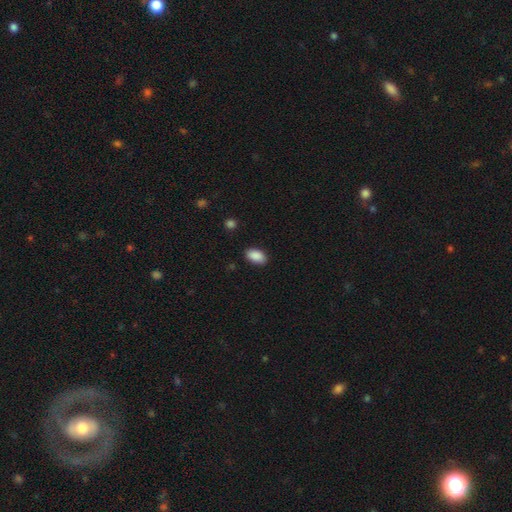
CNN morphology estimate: Smooth or featured?
  - smooth: 90% *
  - star or artifact: 7%
  - featured or disk: 3%
How rounded?
  - in between: 92% *
  - round: 6%
  - cigar-shaped: 2%
Merging?
  - none: 87% *
  - minor disturbance: 10%
  - major disturbance: 2%
  - merger: 1%